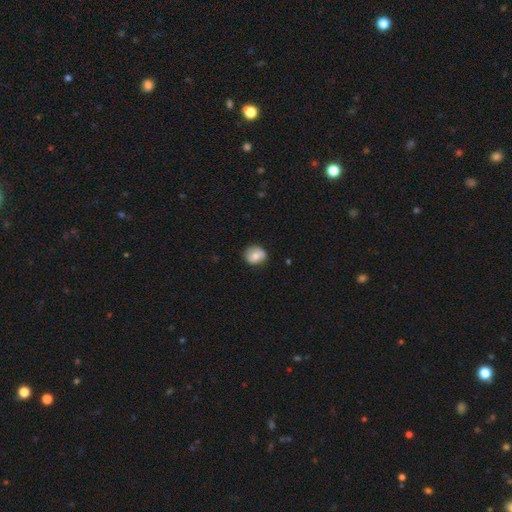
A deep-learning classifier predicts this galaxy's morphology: A smooth galaxy with no disk features (72%) that is round (74%).

Vote fractions:
- Smooth or featured? smooth: 72% / featured or disk: 20% / star or artifact: 8%
- How rounded? round: 74% / in between: 25% / cigar-shaped: 1%
- Merging? none: 77% / minor disturbance: 18% / major disturbance: 4% / merger: 2%